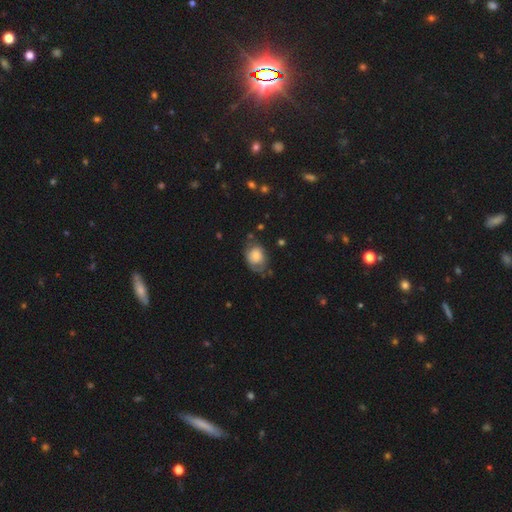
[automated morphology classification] smooth 55%, featured or disk 36%, star or artifact 8%. Down the decision tree: how rounded — in between (64%); merging — none (47%).